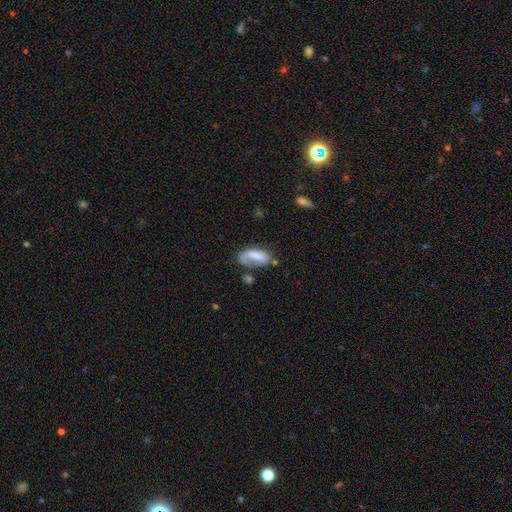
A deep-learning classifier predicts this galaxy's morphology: Smooth or featured?
  - smooth: 58% *
  - featured or disk: 35%
  - star or artifact: 8%
How rounded?
  - in between: 88% *
  - cigar-shaped: 8%
  - round: 4%
Merging?
  - none: 37% *
  - major disturbance: 29%
  - minor disturbance: 23%
  - merger: 11%